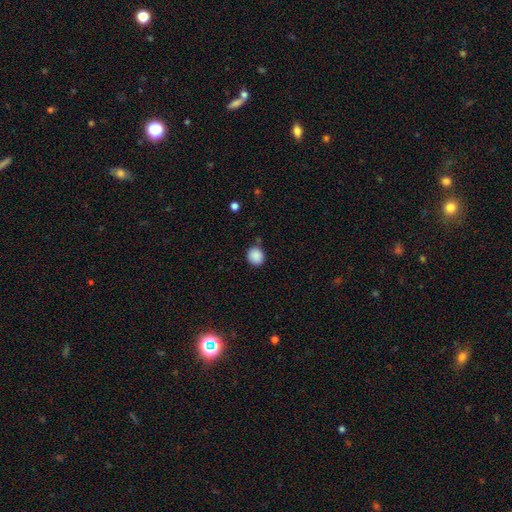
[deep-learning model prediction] This appears to be a smooth galaxy with no disk features (88%) that is round (82%). Merging: none (81%).